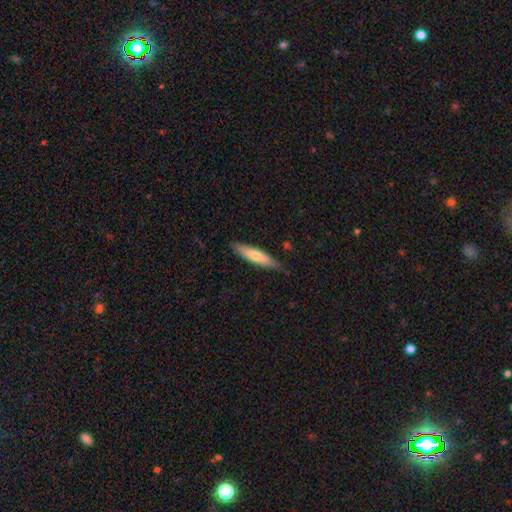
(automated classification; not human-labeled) Smooth or featured: smooth — 64% (featured or disk — 30%)
How rounded: cigar-shaped — 81% (in between — 18%)
Merging: none — 82% (minor disturbance — 15%)